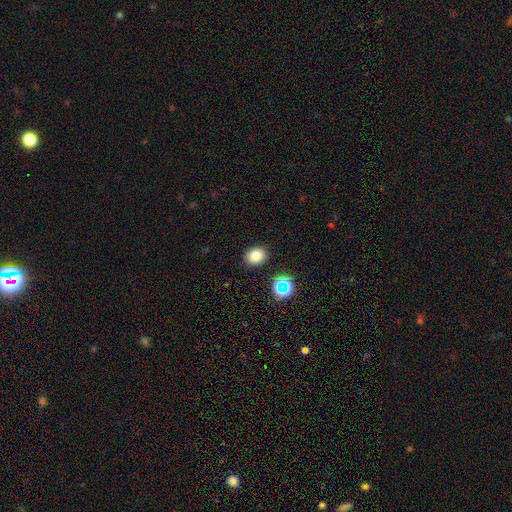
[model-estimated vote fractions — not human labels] This appears to be a smooth galaxy with no disk features (79%) that is round (58%). Merging: none (87%).